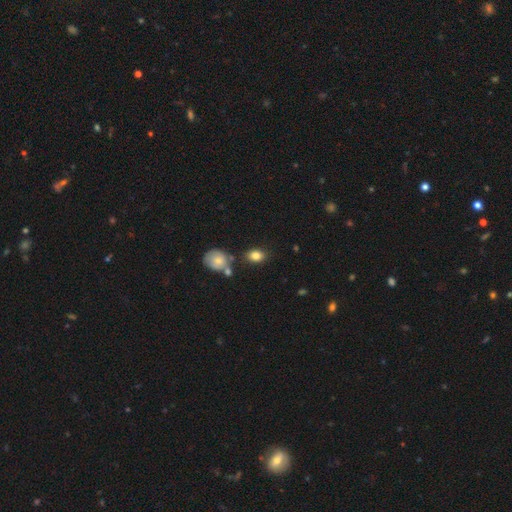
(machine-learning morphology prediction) Smooth or featured?
  - smooth: 82% *
  - star or artifact: 10%
  - featured or disk: 8%
How rounded?
  - in between: 72% *
  - round: 27%
  - cigar-shaped: 1%
Merging?
  - none: 75% *
  - minor disturbance: 13%
  - merger: 9%
  - major disturbance: 4%